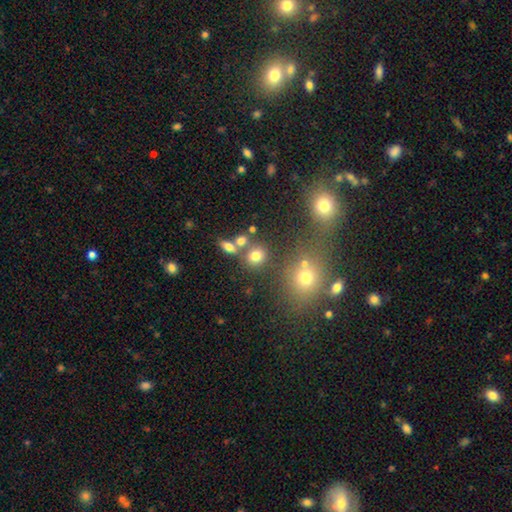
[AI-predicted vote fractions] Overall: smooth (74%). How rounded: round (75%). Merging: none (64%).